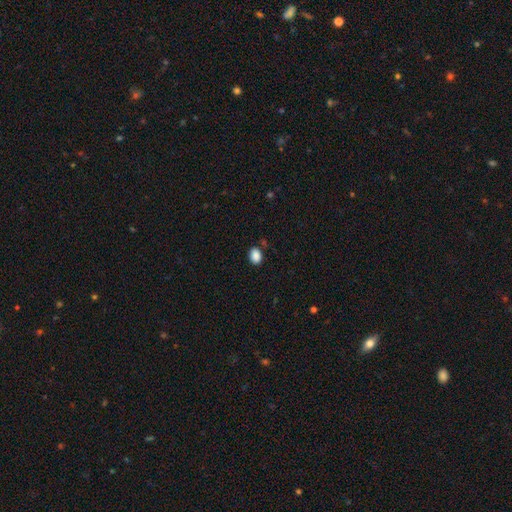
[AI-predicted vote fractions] Smooth or featured? smooth (88%)
How rounded? in between (74%)
Merging? none (83%)